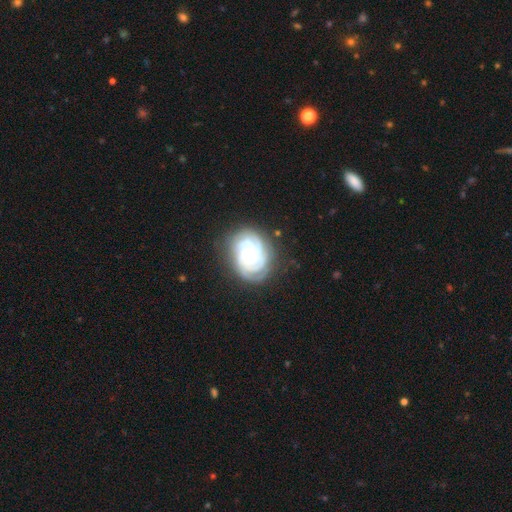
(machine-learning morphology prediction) Smooth or featured: featured or disk — 78% (smooth — 14%)
Edge-on disk: no — 97% (yes — 3%)
Bar: no — 63% (weak — 27%)
Spiral arms: yes — 90% (no — 10%)
Spiral winding: tight — 73% (medium — 21%)
Spiral arm count: 2 — 35% (can't tell — 30%)
Bulge size: moderate — 69% (small — 21%)
Merging: none — 75% (minor disturbance — 17%)